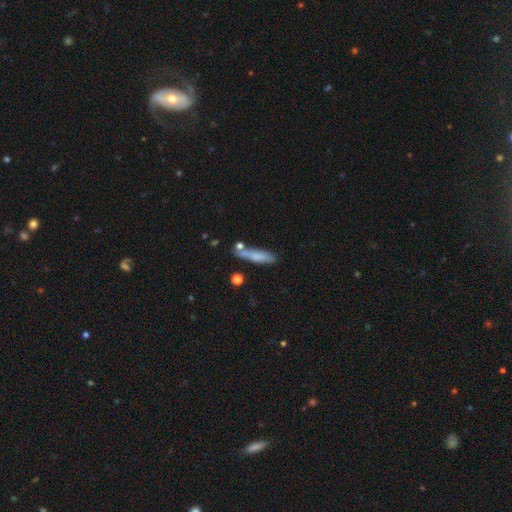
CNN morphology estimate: Q: Smooth or featured?
A: smooth (69%); runner-up: featured or disk (23%)
Q: How rounded?
A: cigar-shaped (79%); runner-up: in between (18%)
Q: Merging?
A: none (67%); runner-up: minor disturbance (18%)